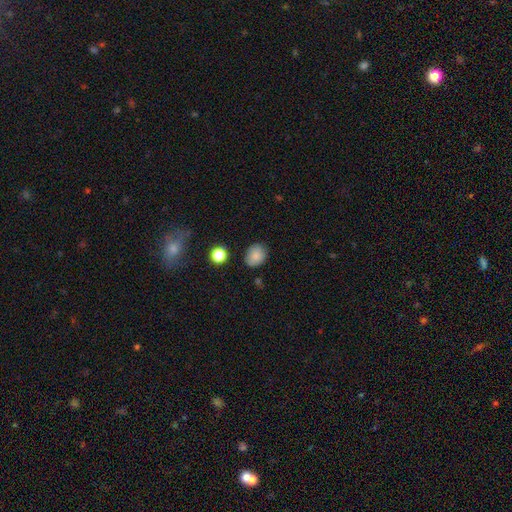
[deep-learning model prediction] This appears to be a smooth galaxy with no disk features (84%) that is in between round and cigar-shaped (53%). Merging: none (79%).